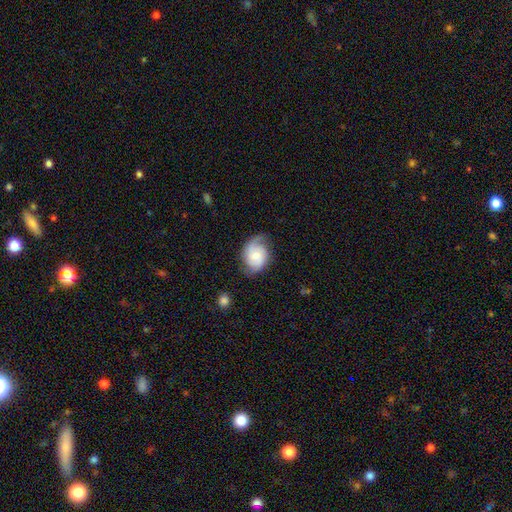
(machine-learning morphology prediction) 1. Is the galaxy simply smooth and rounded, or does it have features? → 60% featured or disk, 33% smooth, 7% star or artifact.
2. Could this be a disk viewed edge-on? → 97% no, 3% yes.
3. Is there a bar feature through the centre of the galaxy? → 69% no, 27% weak, 4% strong.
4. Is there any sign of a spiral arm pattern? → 90% yes, 10% no.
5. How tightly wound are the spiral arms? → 42% medium, 35% tight, 24% loose.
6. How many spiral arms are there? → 68% 2, 14% 1, 12% can't tell, 4% 3, 1% 4, 1% more than 4.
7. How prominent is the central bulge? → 46% small, 44% moderate, 5% large, 4% none, 2% dominant.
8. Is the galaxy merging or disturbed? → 62% none, 26% minor disturbance, 11% major disturbance, 2% merger.